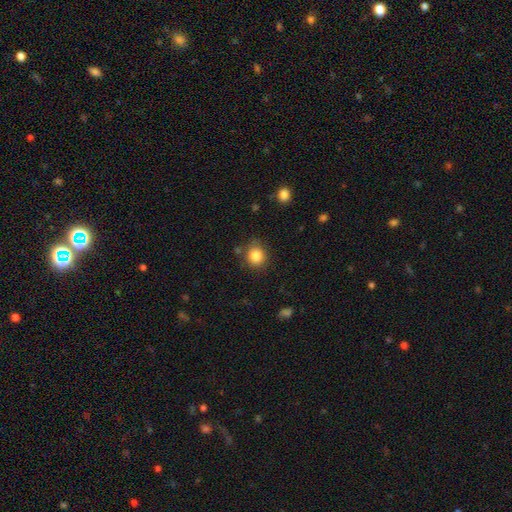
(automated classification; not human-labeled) smooth-or-featured: smooth: 85% | star or artifact: 10% | featured or disk: 5%
  how-rounded: round: 83% | in between: 16% | cigar-shaped: 1%
  merging: none: 81% | minor disturbance: 12% | merger: 4% | major disturbance: 3%